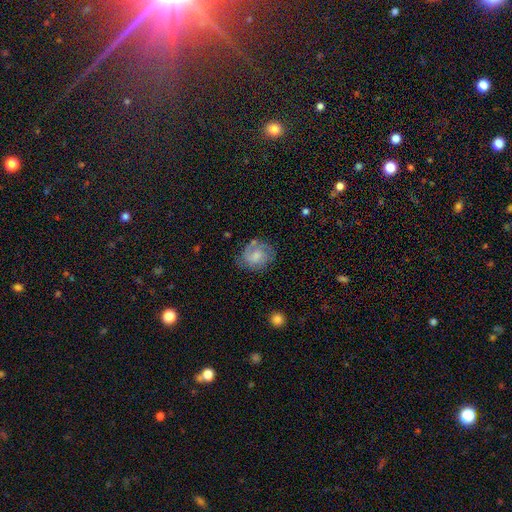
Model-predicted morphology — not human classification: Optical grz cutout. It shows a featured or disk galaxy (62%) with no bar (58%), 2 (41%) tight (46%) spiral arms (89%) and a small central bulge (38%). Merging: none (67%).